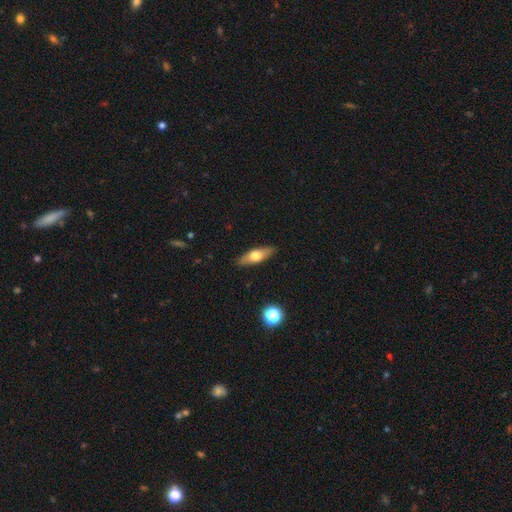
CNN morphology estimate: smooth 55%, featured or disk 38%, star or artifact 7%. Down the decision tree: how rounded — in between (52%); merging — none (88%).